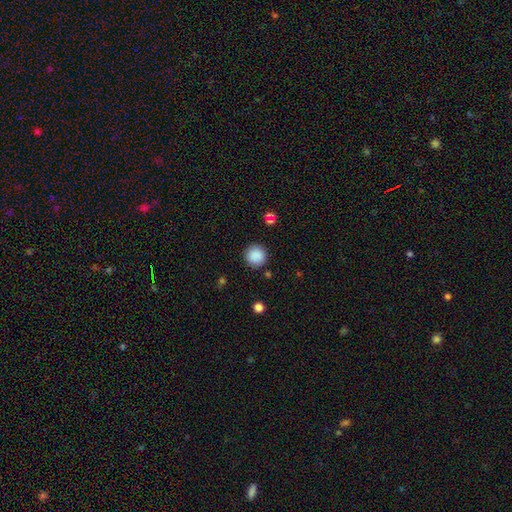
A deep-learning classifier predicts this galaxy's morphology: This appears to be a smooth galaxy with no disk features (88%) that is round (94%). Merging: none (88%).